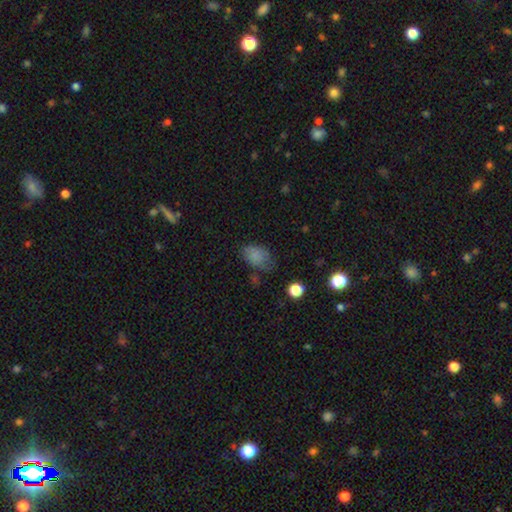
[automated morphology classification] Smooth or featured: smooth — 80% (star or artifact — 12%)
How rounded: in between — 81% (round — 18%)
Merging: none — 57% (minor disturbance — 28%)